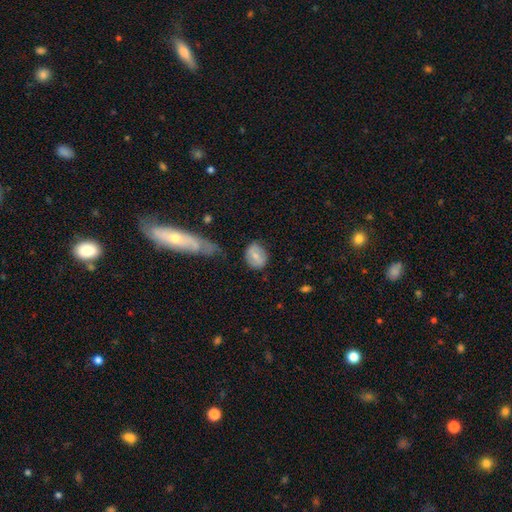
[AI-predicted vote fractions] This is likely a smooth galaxy (62%). How rounded: possibly round (52%). Merging: likely none (71%).